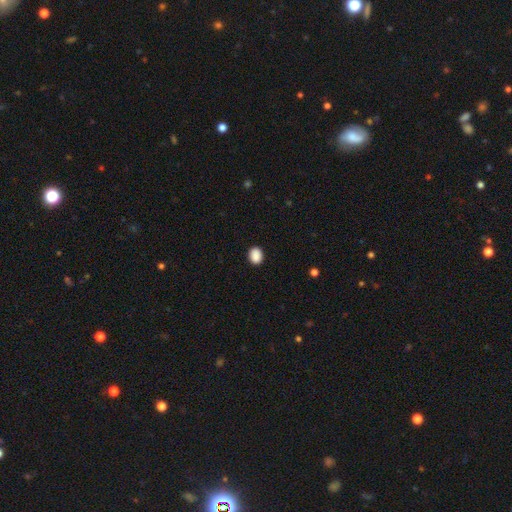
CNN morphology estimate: smooth-or-featured: smooth: 90% | star or artifact: 8% | featured or disk: 2%
  how-rounded: in between: 58% | round: 41% | cigar-shaped: 1%
  merging: none: 90% | minor disturbance: 7% | major disturbance: 2% | merger: 1%